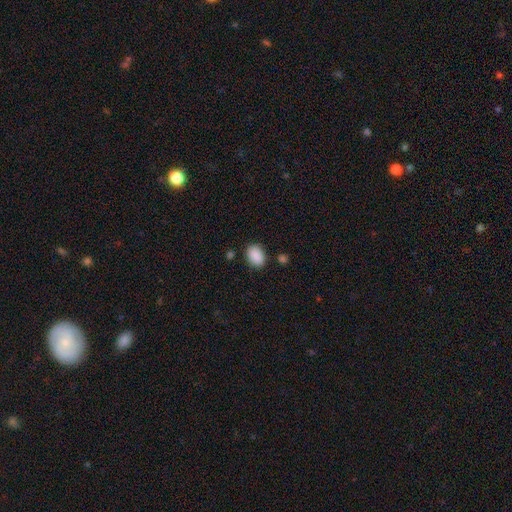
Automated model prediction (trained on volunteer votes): Smooth or featured? smooth (89%)
How rounded? in between (75%)
Merging? none (81%)